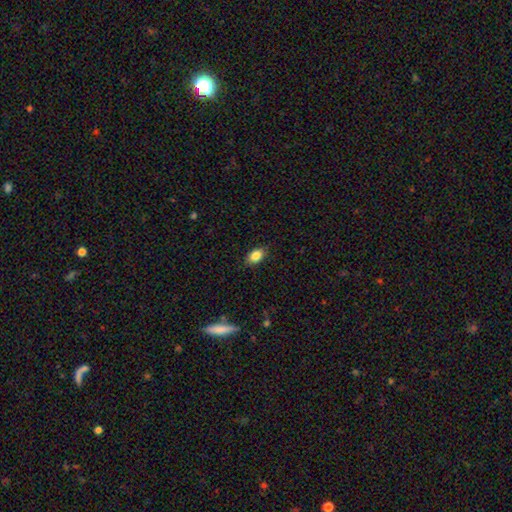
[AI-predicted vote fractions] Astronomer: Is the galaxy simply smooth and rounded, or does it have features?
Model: smooth — 86%.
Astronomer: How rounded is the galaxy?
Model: in between — 82%.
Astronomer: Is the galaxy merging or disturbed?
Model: none — 85%.